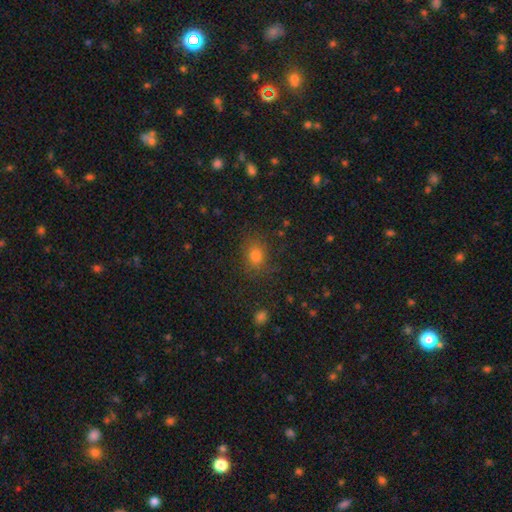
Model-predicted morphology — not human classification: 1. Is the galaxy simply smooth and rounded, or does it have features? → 76% smooth, 16% star or artifact, 8% featured or disk.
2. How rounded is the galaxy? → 56% round, 43% in between, 1% cigar-shaped.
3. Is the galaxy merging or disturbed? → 80% none, 13% minor disturbance, 5% major disturbance, 2% merger.